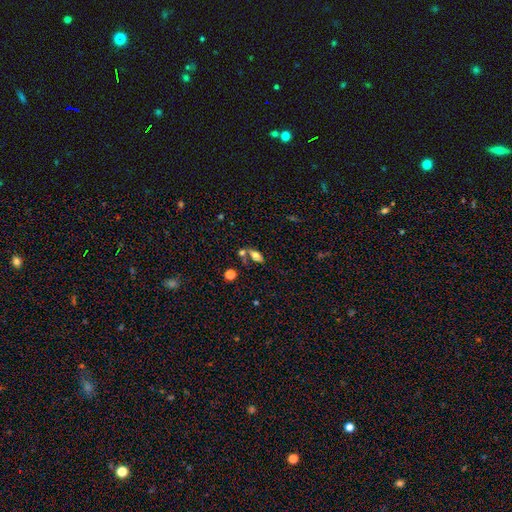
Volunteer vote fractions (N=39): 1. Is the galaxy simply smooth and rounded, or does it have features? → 74% smooth, 21% featured or disk, 5% star or artifact.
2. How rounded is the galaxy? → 97% in between, 3% cigar-shaped, 0% round.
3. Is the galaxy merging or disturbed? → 49% none, 35% merger, 16% minor disturbance, 0% major disturbance.